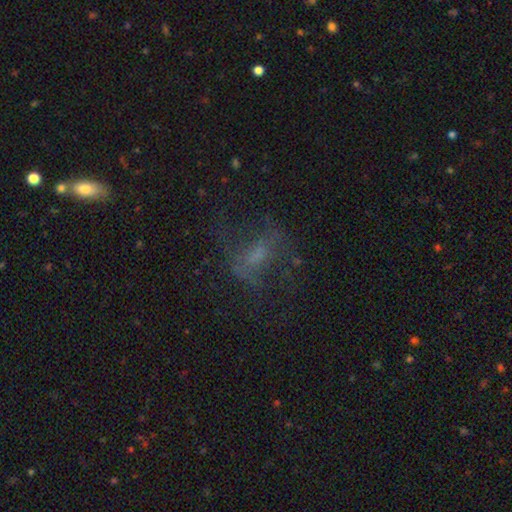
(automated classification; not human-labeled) Smooth or featured?
  - featured or disk: 45% *
  - smooth: 31%
  - star or artifact: 23%
Merging?
  - none: 53% *
  - major disturbance: 27%
  - minor disturbance: 18%
  - merger: 2%